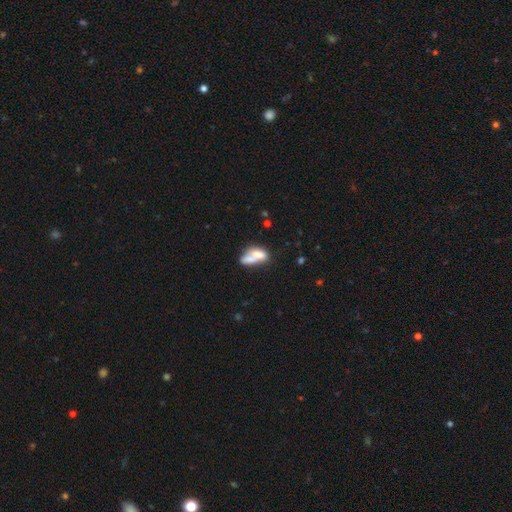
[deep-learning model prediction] Q: Smooth or featured?
A: smooth (62%); runner-up: featured or disk (29%)
Q: How rounded?
A: in between (78%); runner-up: cigar-shaped (15%)
Q: Merging?
A: merger (57%); runner-up: none (21%)